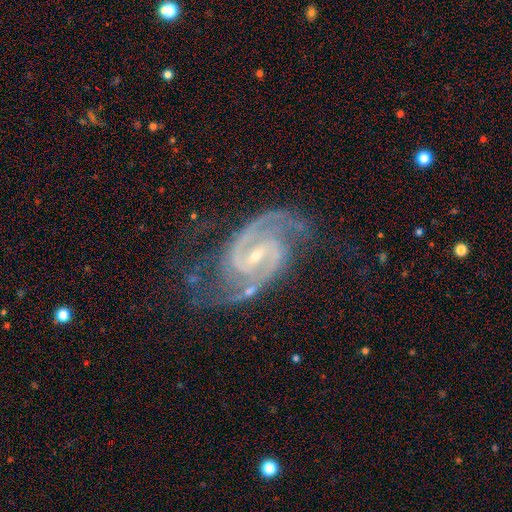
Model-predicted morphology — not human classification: A featured or disk galaxy (93%) with a weak bar (49%), 2 (91%) medium (57%) spiral arms (99%) and a small central bulge (72%). Merging: none (72%).